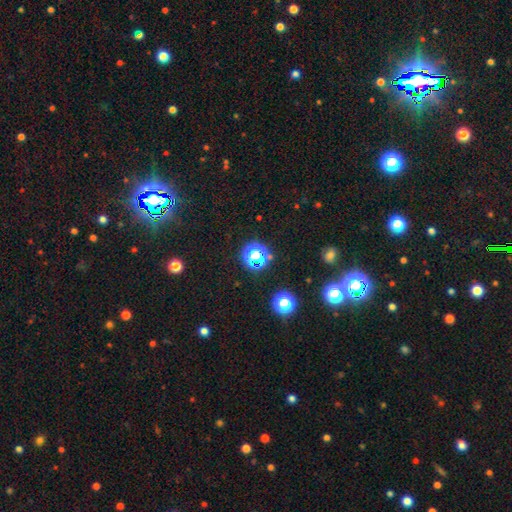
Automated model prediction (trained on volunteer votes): Morphology: type=star or artifact (52%).